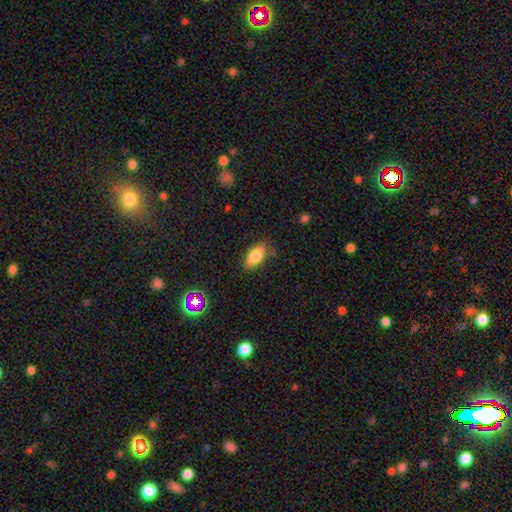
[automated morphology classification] smooth-or-featured: smooth: 77% | featured or disk: 15% | star or artifact: 8%
  how-rounded: in between: 86% | cigar-shaped: 9% | round: 4%
  merging: none: 80% | minor disturbance: 15% | major disturbance: 3% | merger: 2%